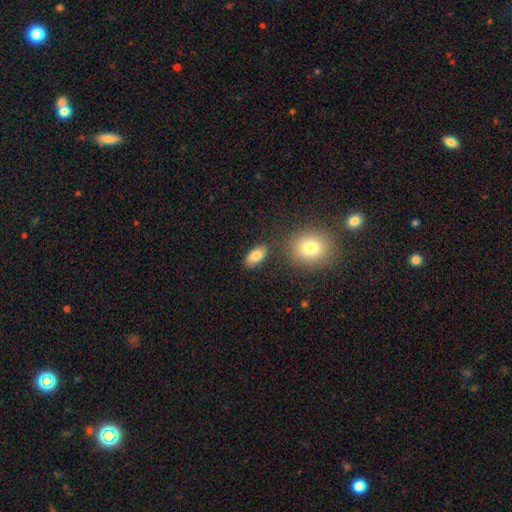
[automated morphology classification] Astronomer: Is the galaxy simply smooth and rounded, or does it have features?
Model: smooth — 82%.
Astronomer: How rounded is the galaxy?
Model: in between — 90%.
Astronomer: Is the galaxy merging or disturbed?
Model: none — 81%.